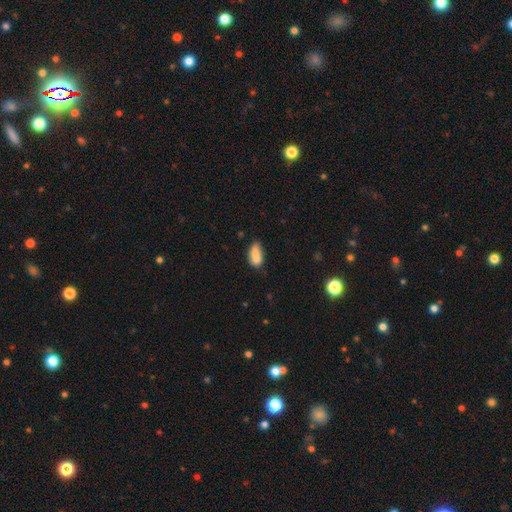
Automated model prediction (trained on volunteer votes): smooth 75%, featured or disk 17%, star or artifact 9%. Down the decision tree: how rounded — in between (85%); merging — none (41%).